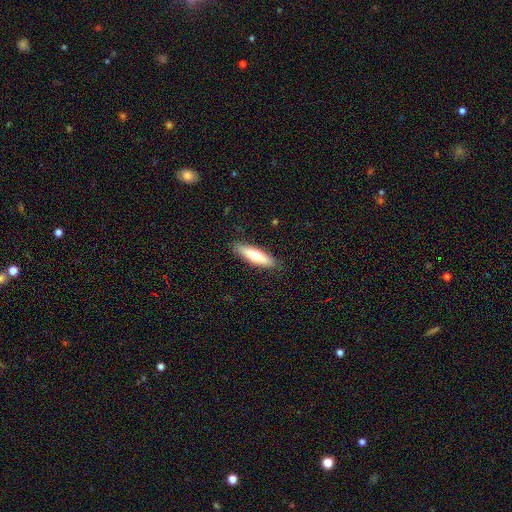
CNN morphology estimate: A smooth galaxy with no disk features (61%) that is cigar-shaped (66%).

Vote fractions:
- Smooth or featured? smooth: 61% / featured or disk: 33% / star or artifact: 6%
- How rounded? cigar-shaped: 66% / in between: 33% / round: 2%
- Merging? none: 88% / minor disturbance: 9% / major disturbance: 2% / merger: 1%